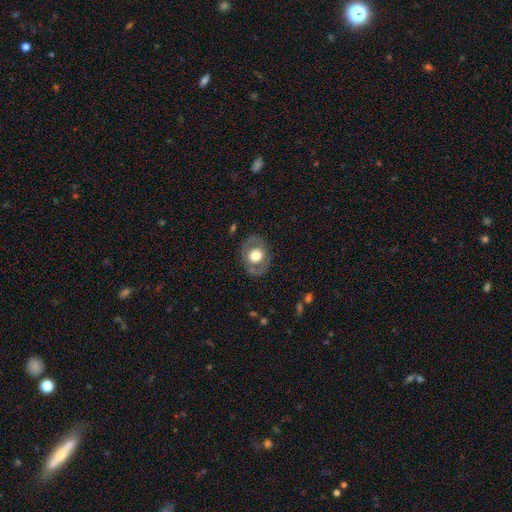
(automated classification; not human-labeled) A smooth galaxy with no disk features (47%).

Vote fractions:
- Smooth or featured? smooth: 47% / featured or disk: 46% / star or artifact: 7%
- Merging? none: 79% / minor disturbance: 13% / major disturbance: 7% / merger: 1%